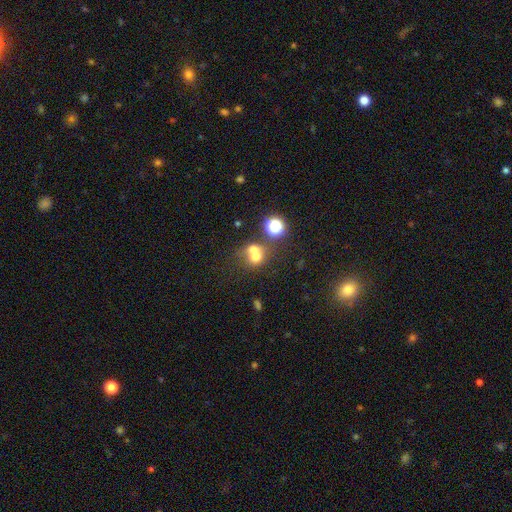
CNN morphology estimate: Smooth or featured? Predicted: smooth (p=0.63). How rounded? Predicted: round (p=0.72). Merging? Predicted: merger (p=0.58).